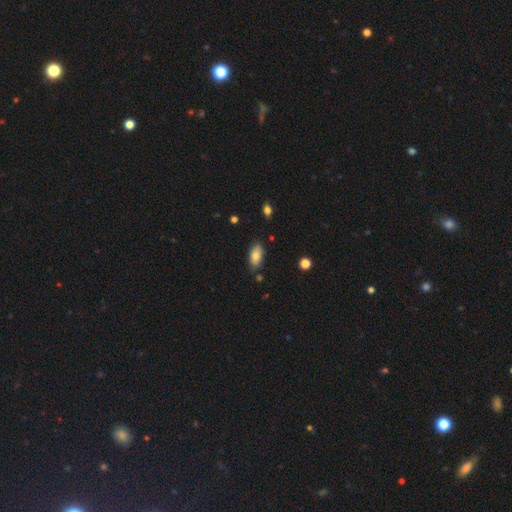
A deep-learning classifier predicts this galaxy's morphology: Smooth or featured: smooth — 80% (featured or disk — 12%)
How rounded: in between — 91% (cigar-shaped — 6%)
Merging: none — 79% (minor disturbance — 15%)